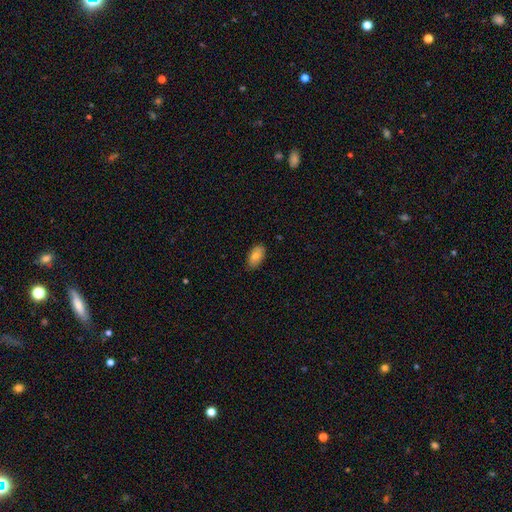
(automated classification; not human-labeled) Smooth or featured? Predicted: smooth (p=0.79). How rounded? Predicted: in between (p=0.94). Merging? Predicted: none (p=0.84).